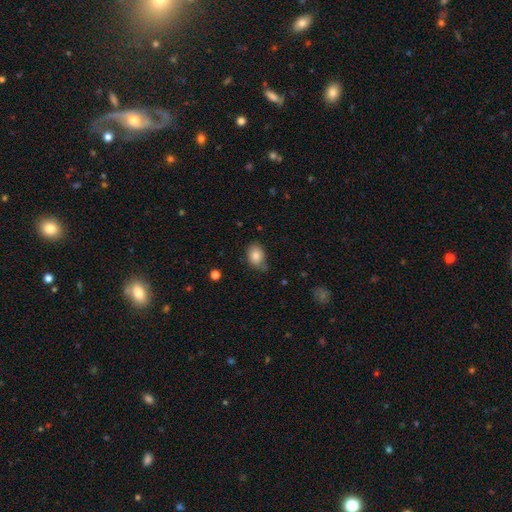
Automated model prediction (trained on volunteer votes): Morphology: type=smooth (83%); roundness=in between (76%); merging=none (61%).